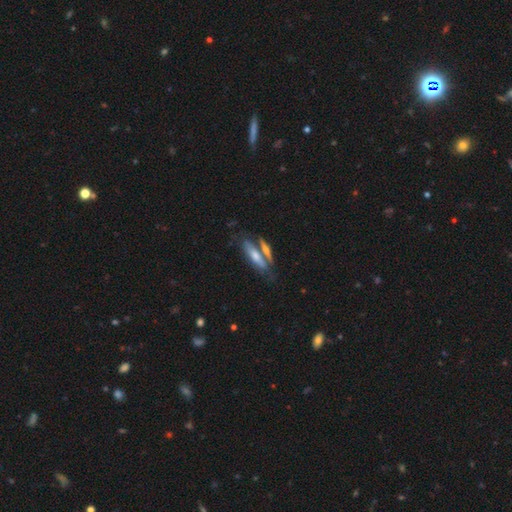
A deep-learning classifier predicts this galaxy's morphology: smooth-or-featured: smooth: 46% (tied) | featured or disk: 46% (tied) | star or artifact: 8%
  merging: none: 48% | merger: 31% | minor disturbance: 14% | major disturbance: 7%